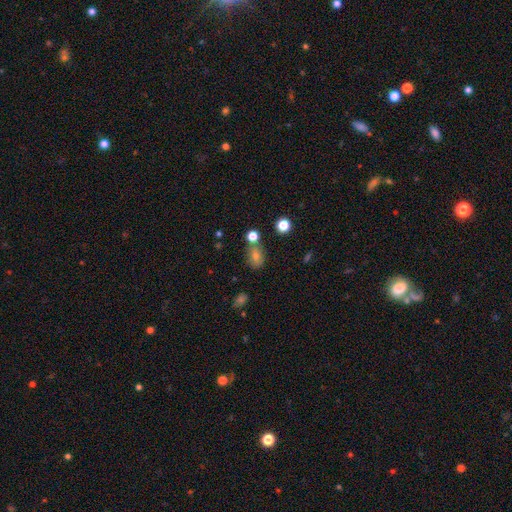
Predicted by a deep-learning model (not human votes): Overall: smooth (66%). How rounded: in between (61%; round 37%). Merging: none (65%).